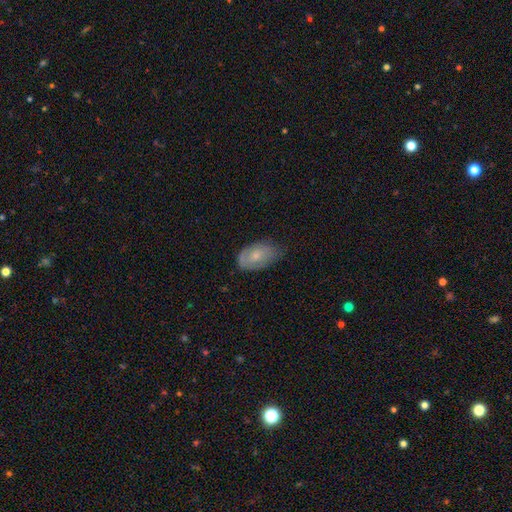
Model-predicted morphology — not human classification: Overall: smooth (61%; featured or disk 32%). How rounded: in between (91%). Merging: none (59%; minor disturbance 32%).